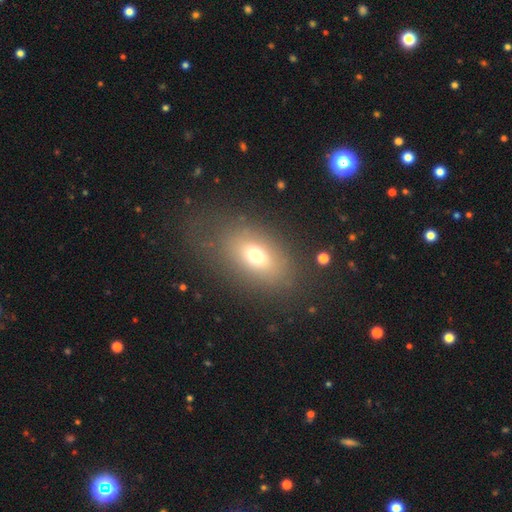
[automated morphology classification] Q: Smooth or featured?
A: smooth (67%); runner-up: featured or disk (19%)
Q: How rounded?
A: in between (80%); runner-up: round (16%)
Q: Merging?
A: none (70%); runner-up: minor disturbance (15%)